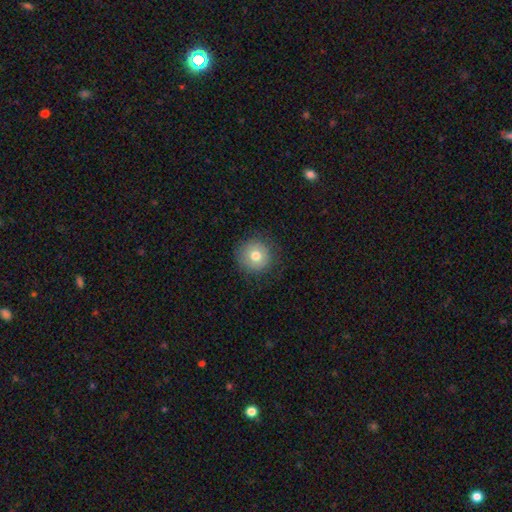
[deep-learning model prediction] A smooth galaxy with no disk features (74%) that is round (95%).

Vote fractions:
- Smooth or featured? smooth: 74% / featured or disk: 15% / star or artifact: 10%
- How rounded? round: 95% / in between: 5% / cigar-shaped: 1%
- Merging? none: 85% / minor disturbance: 10% / major disturbance: 4% / merger: 1%